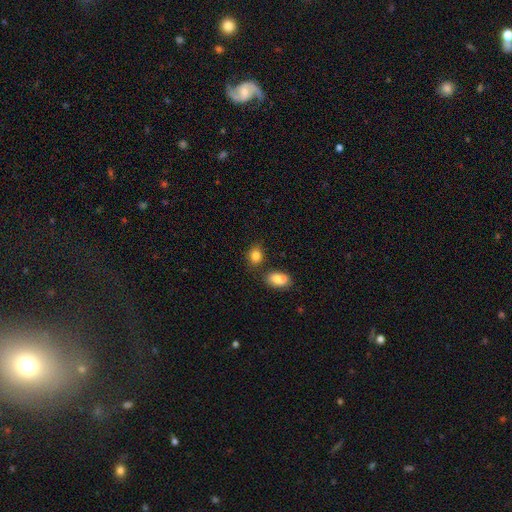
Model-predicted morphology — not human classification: This is clearly a smooth galaxy (83%). How rounded: possibly round (49%, tied with in between). Merging: likely none (70%).